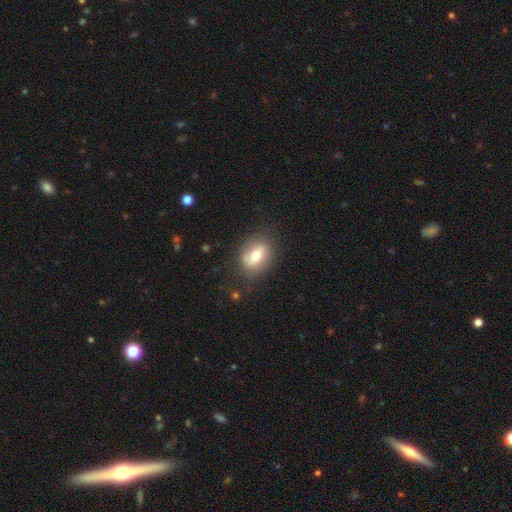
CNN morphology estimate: Overall: smooth (58%; featured or disk 34%). How rounded: in between (73%). Merging: none (78%).